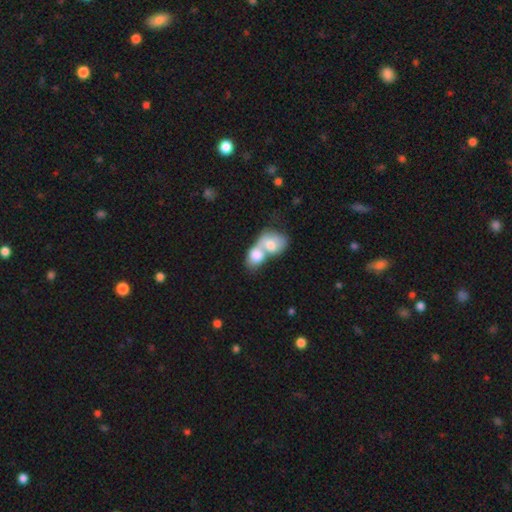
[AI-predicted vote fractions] Smooth or featured?
  - smooth: 72% *
  - featured or disk: 21%
  - star or artifact: 6%
How rounded?
  - in between: 65% *
  - round: 33%
  - cigar-shaped: 2%
Merging?
  - merger: 83% *
  - none: 10%
  - minor disturbance: 4%
  - major disturbance: 3%